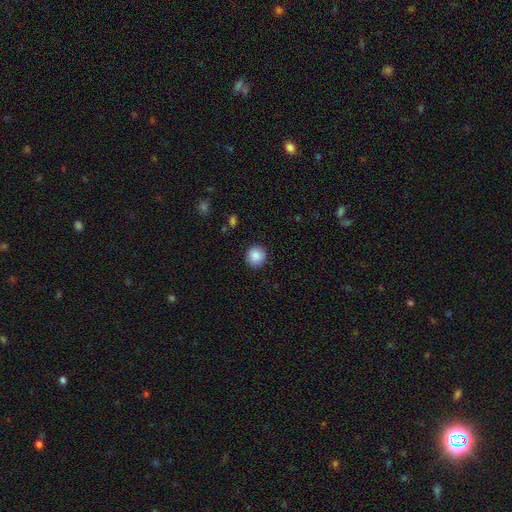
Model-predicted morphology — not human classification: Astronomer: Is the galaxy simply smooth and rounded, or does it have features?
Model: smooth — 87%.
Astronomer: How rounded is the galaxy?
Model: round — 93%.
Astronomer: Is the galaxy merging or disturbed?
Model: none — 91%.